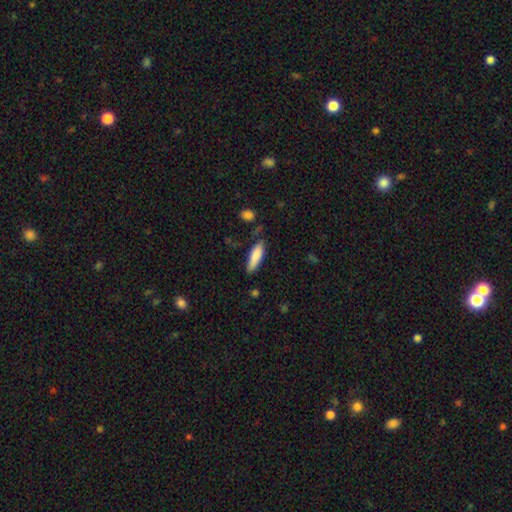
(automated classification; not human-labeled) A smooth galaxy with no disk features (83%) that is cigar-shaped (52%). Merging: none (71%).